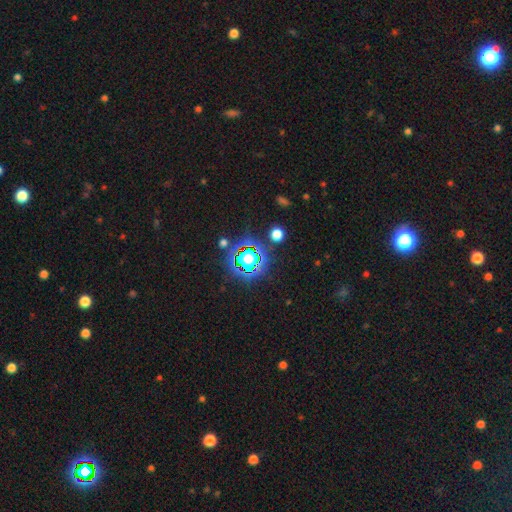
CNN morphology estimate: This is clearly a star or artifact rather than a galaxy (82%).